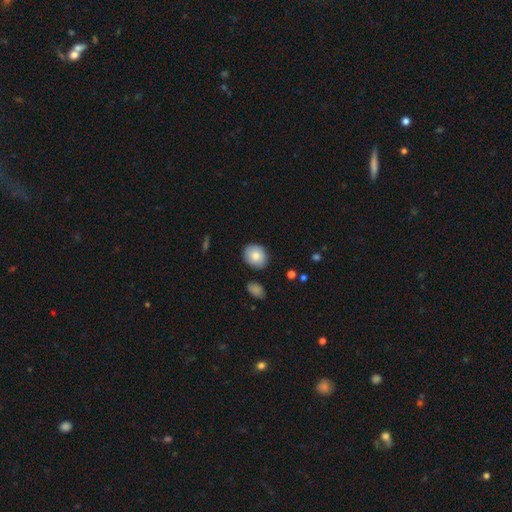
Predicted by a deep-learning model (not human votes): This is likely a smooth galaxy (79%). How rounded: likely round (63%). Merging: clearly none (83%).